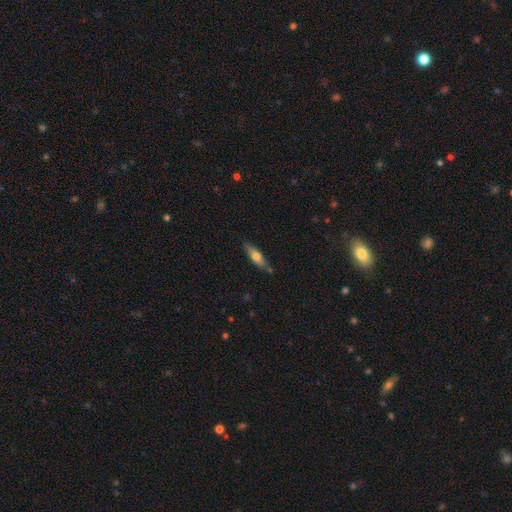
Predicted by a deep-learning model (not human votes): A smooth galaxy with no disk features (60%) that is cigar-shaped (60%).

Vote fractions:
- Smooth or featured? smooth: 60% / featured or disk: 34% / star or artifact: 6%
- How rounded? cigar-shaped: 60% / in between: 38% / round: 2%
- Merging? none: 80% / minor disturbance: 14% / merger: 3% / major disturbance: 3%